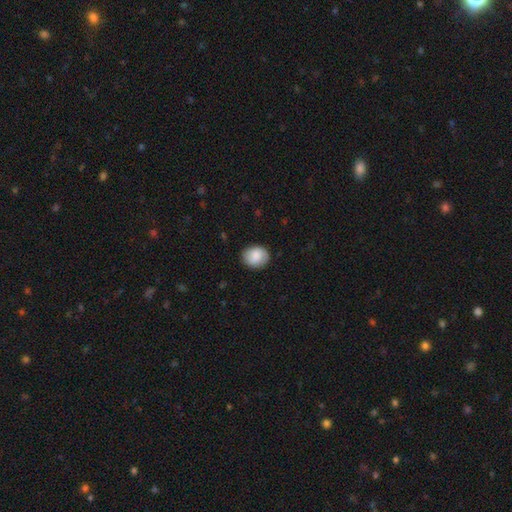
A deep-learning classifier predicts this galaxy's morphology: Overall: smooth (79%). How rounded: round (60%; in between 39%). Merging: none (85%).